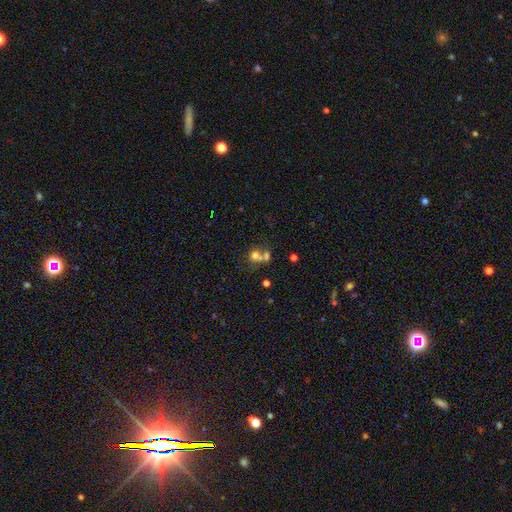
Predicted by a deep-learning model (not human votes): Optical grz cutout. It shows a smooth galaxy with no disk features (64%) that is round (74%). Merging: merger (53%).